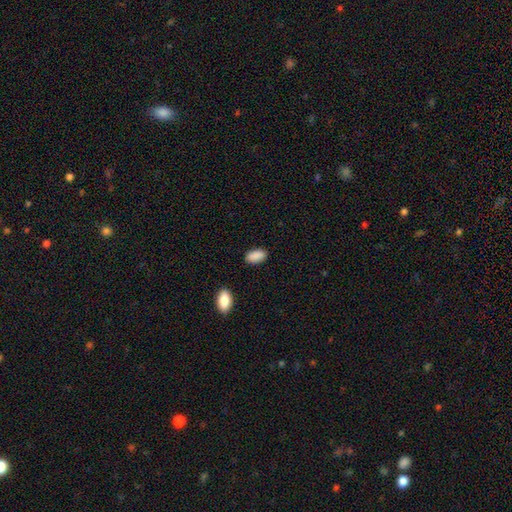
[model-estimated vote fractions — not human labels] Smooth or featured? Predicted: smooth (p=0.90). How rounded? Predicted: in between (p=0.94). Merging? Predicted: none (p=0.86).